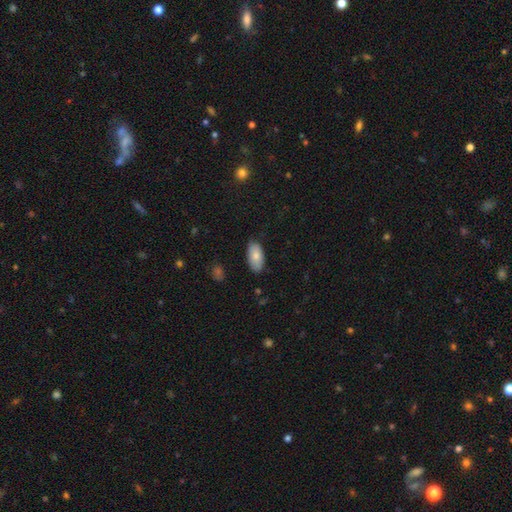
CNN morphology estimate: A smooth galaxy with no disk features (81%) that is in between round and cigar-shaped (93%).

Vote fractions:
- Smooth or featured? smooth: 81% / featured or disk: 13% / star or artifact: 6%
- How rounded? in between: 93% / cigar-shaped: 4% / round: 3%
- Merging? none: 83% / minor disturbance: 14% / major disturbance: 2% / merger: 1%